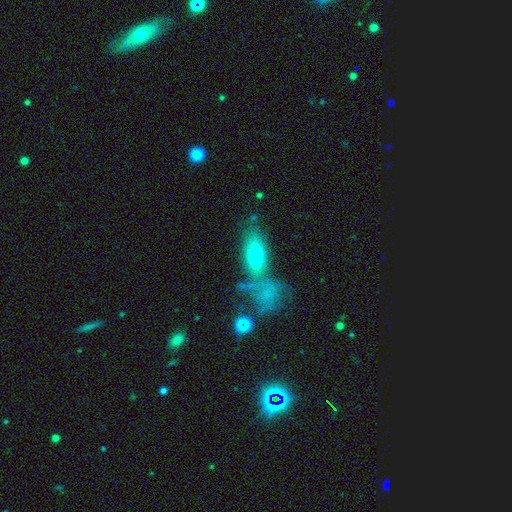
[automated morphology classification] smooth-or-featured: smooth: 72% | featured or disk: 20% | star or artifact: 8%
  how-rounded: in between: 81% | cigar-shaped: 15% | round: 4%
  merging: none: 47% | merger: 28% | minor disturbance: 16% | major disturbance: 9%